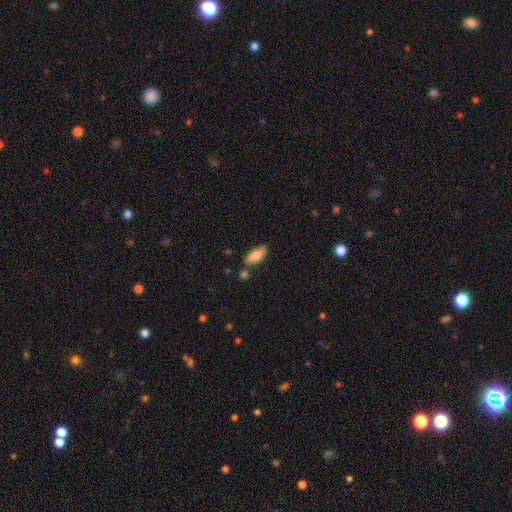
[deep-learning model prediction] smooth 81%, featured or disk 12%, star or artifact 6%. Down the decision tree: how rounded — in between (83%); merging — none (72%).